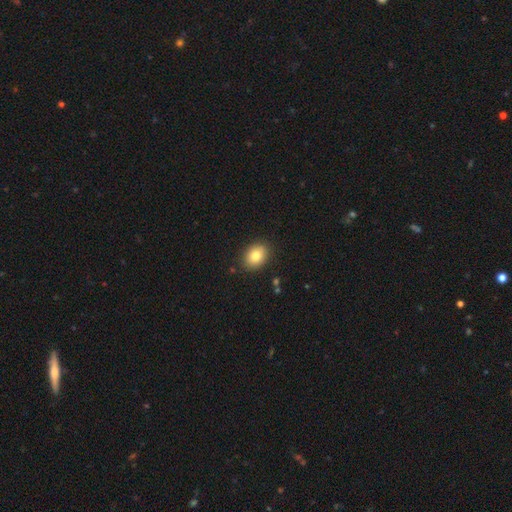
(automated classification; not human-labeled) smooth-or-featured: smooth: 82% | featured or disk: 9% | star or artifact: 9%
  how-rounded: in between: 64% | round: 35% | cigar-shaped: 1%
  merging: none: 87% | minor disturbance: 10% | major disturbance: 2% | merger: 1%